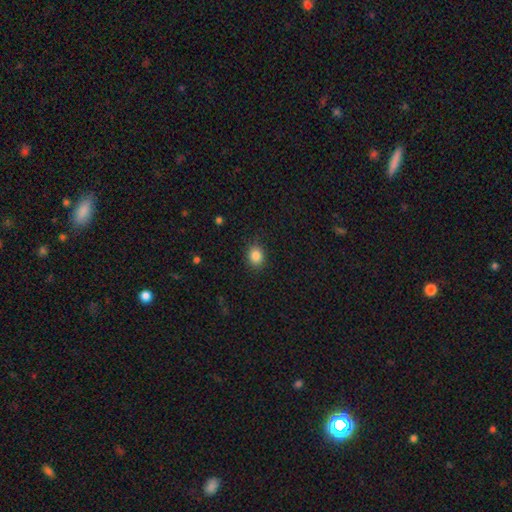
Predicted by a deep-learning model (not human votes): smooth_or_featured: smooth (p=0.85) [alt: star or artifact p=0.10]
how_rounded: round (p=0.62) [alt: in between p=0.37]
merging: none (p=0.87) [alt: minor disturbance p=0.10]